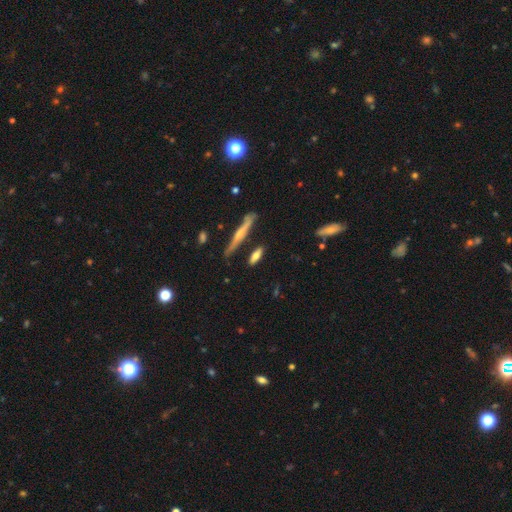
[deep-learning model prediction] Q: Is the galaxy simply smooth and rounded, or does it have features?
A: smooth — 62%.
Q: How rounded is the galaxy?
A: cigar-shaped — 57%.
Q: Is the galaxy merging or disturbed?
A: none — 75%.